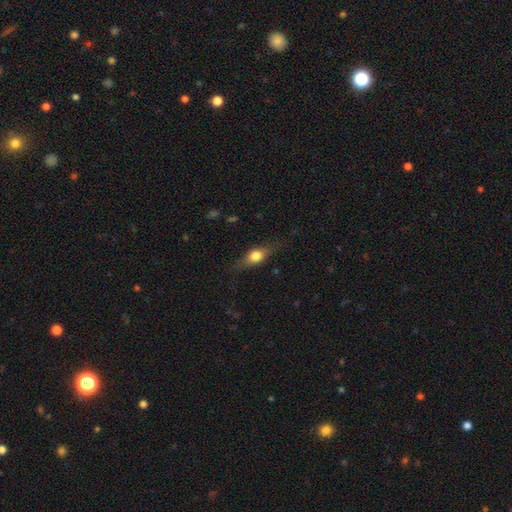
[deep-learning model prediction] smooth 56%, featured or disk 37%, star or artifact 8%. Down the decision tree: how rounded — in between (59%); merging — none (78%).